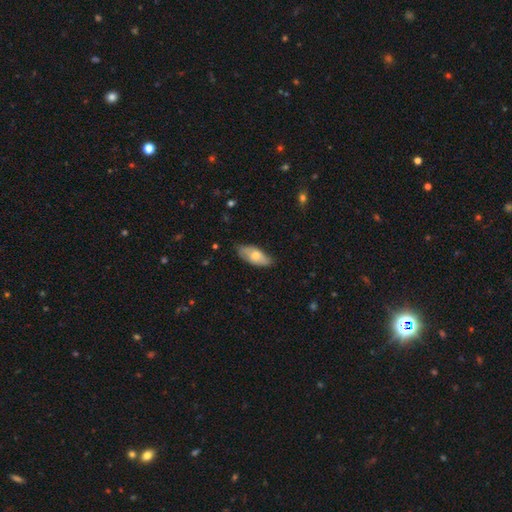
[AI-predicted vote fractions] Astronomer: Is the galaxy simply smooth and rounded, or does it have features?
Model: smooth — 65%.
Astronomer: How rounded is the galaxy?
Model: in between — 87%.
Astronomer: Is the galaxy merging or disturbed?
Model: none — 71%.